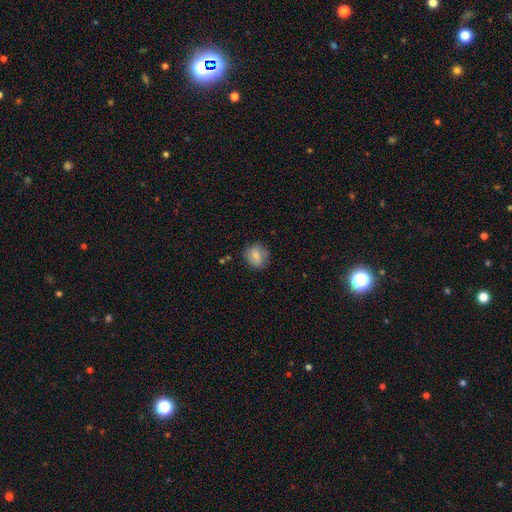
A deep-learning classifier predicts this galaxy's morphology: This appears to be a smooth galaxy with no disk features (75%) that is round (63%). Merging: none (73%).